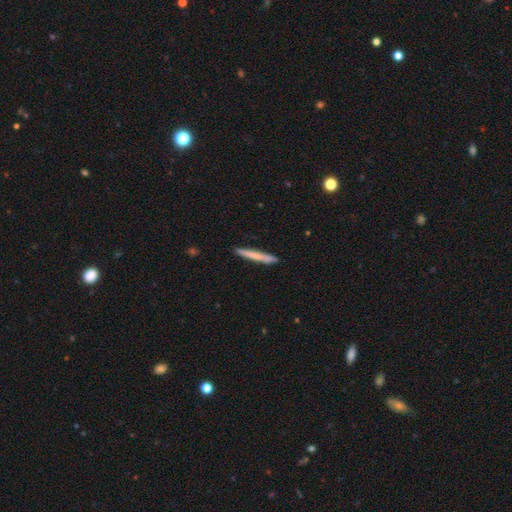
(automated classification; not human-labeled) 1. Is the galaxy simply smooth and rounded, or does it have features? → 69% smooth, 25% featured or disk, 6% star or artifact.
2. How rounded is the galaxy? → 97% cigar-shaped, 2% in between, 1% round.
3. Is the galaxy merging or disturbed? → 91% none, 7% minor disturbance, 1% major disturbance, 1% merger.